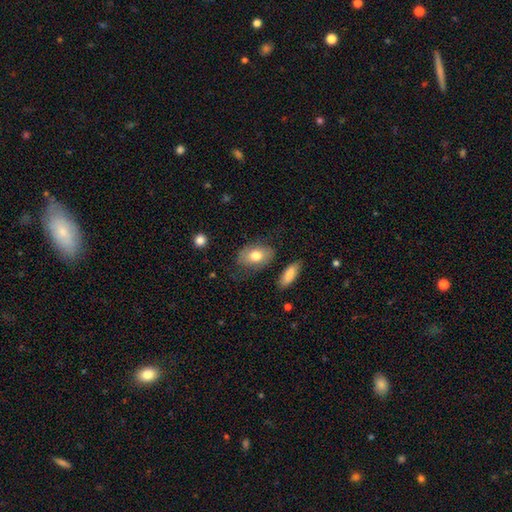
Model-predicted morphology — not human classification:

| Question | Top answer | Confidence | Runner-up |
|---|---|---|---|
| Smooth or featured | smooth | 73% | featured or disk (20%) |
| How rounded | in between | 86% | round (12%) |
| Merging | none | 71% | minor disturbance (19%) |